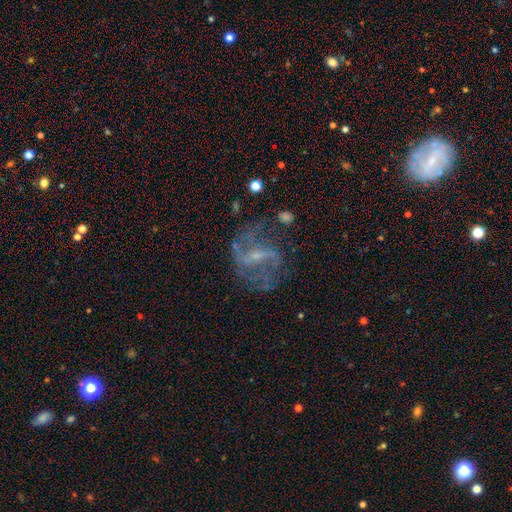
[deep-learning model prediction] Morphology: type=featured or disk (80%); edge-on=no (96%); bar=weak (48%); spiral arms=yes (88%); winding=loose (46%); arm count=2 (70%); bulge=small (65%); merging=none (60%).